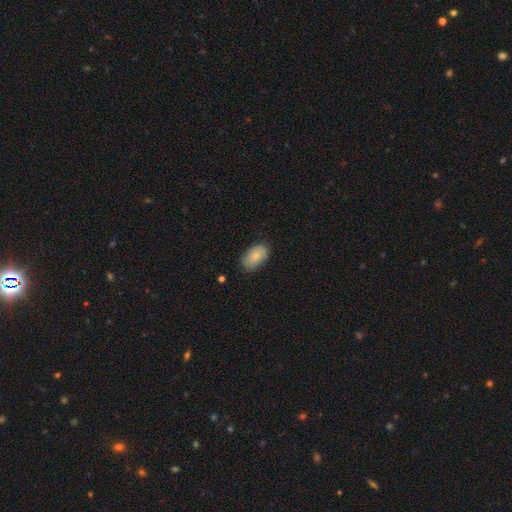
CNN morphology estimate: smooth 77%, featured or disk 17%, star or artifact 6%. Down the decision tree: how rounded — in between (92%); merging — none (77%).